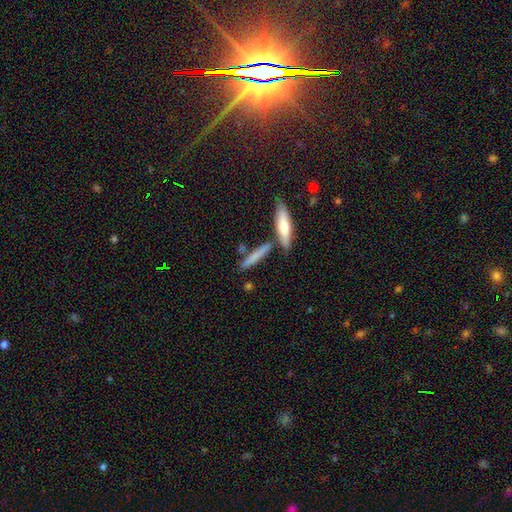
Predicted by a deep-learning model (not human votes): smooth_or_featured: smooth (p=0.65) [alt: featured or disk p=0.28]
how_rounded: cigar-shaped (p=0.88) [alt: in between p=0.10]
merging: none (p=0.73) [alt: merger p=0.13]